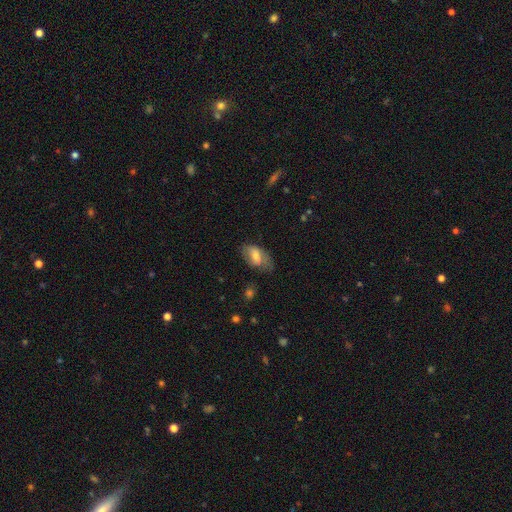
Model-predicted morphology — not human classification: smooth 62%, featured or disk 30%, star or artifact 8%. Down the decision tree: how rounded — in between (90%); merging — none (52%).